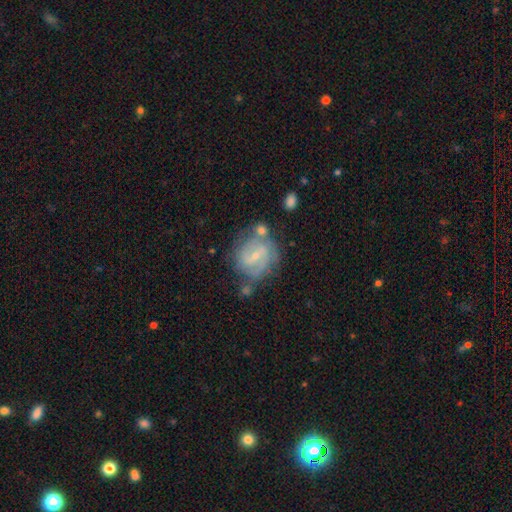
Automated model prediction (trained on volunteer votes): featured or disk 76%, smooth 17%, star or artifact 6%. Down the decision tree: edge-on disk — no (97%); bar — weak (55%); spiral arms — yes (90%); spiral arm count — 2 (58%); spiral winding — tight (45%); bulge size — small (71%); merging — none (56%).